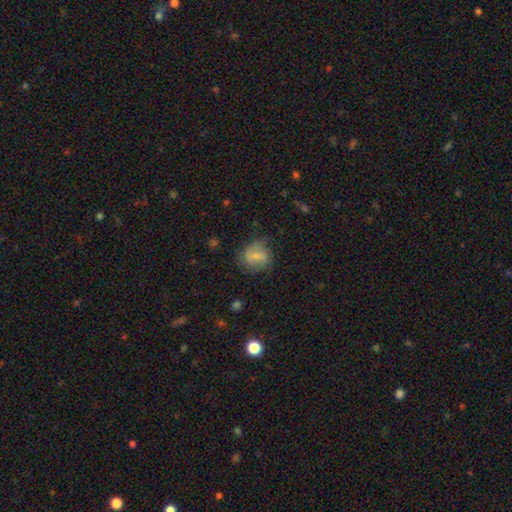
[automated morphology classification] The model was most divided on "smooth or featured": smooth: 62%, featured or disk: 30%, star or artifact: 9%. More confident: how rounded — round (69%); merging — none (62%).